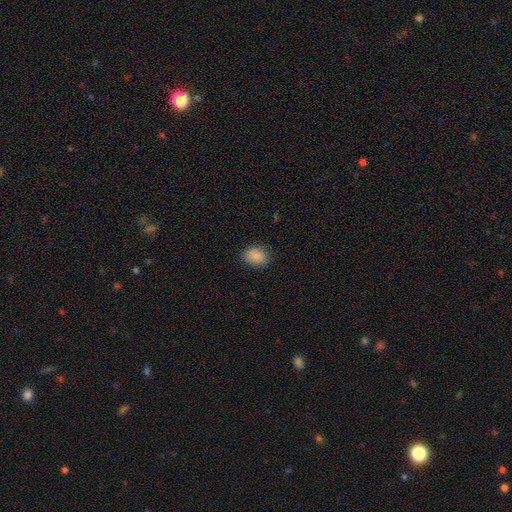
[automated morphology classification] smooth-or-featured: smooth: 88% | star or artifact: 8% | featured or disk: 4%
  how-rounded: in between: 65% | round: 34% | cigar-shaped: 1%
  merging: none: 83% | minor disturbance: 13% | major disturbance: 3% | merger: 1%